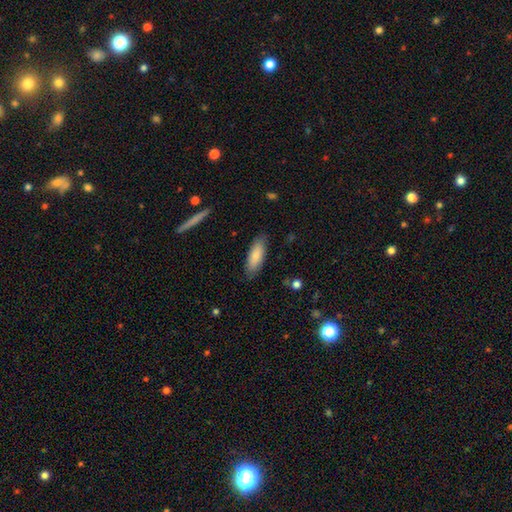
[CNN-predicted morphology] A smooth galaxy with no disk features (83%) that is in between round and cigar-shaped (68%). Merging: none (83%).